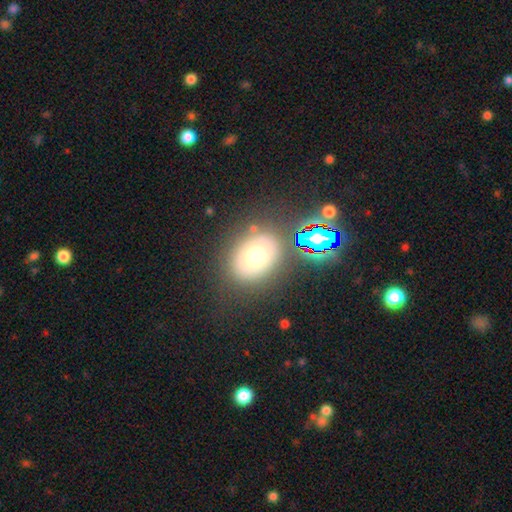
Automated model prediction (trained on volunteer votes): Smooth or featured? smooth (63%)
How rounded? in between (59%)
Merging? none (78%)